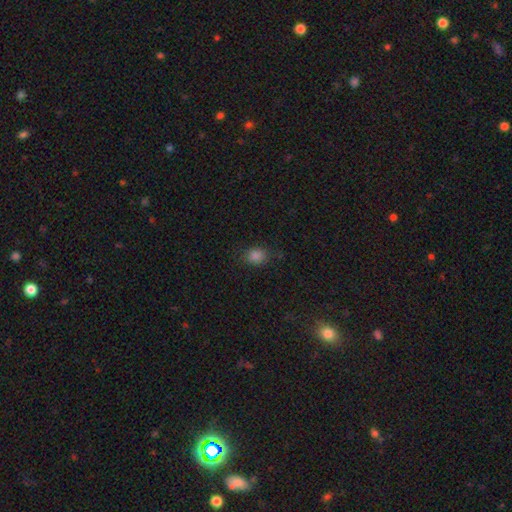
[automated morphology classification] smooth_or_featured: smooth (p=0.80) [alt: star or artifact p=0.15]
how_rounded: round (p=0.61) [alt: in between p=0.38]
merging: none (p=0.81) [alt: minor disturbance p=0.14]